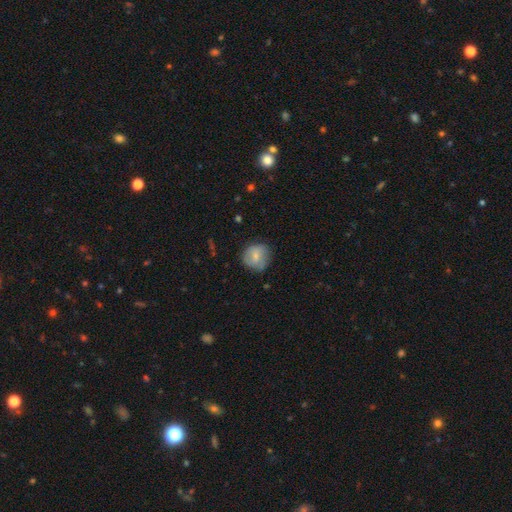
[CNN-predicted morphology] This is likely a smooth galaxy (69%). How rounded: clearly round (85%). Merging: likely none (70%).